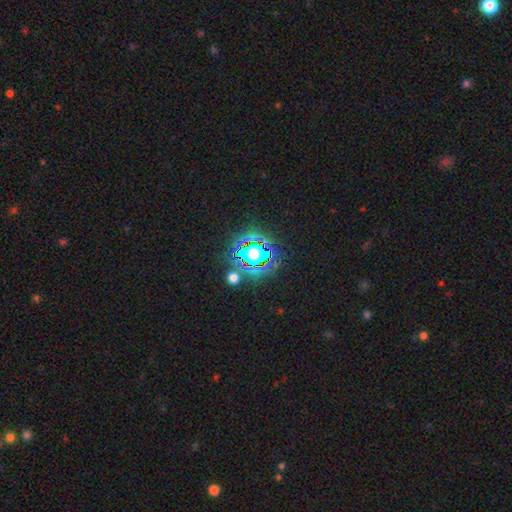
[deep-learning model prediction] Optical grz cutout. It shows a star or artifact, not a galaxy (79%).